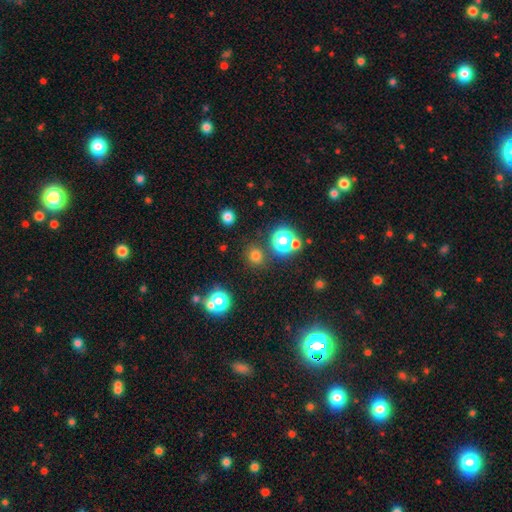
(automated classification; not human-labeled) smooth-or-featured: smooth: 71% | star or artifact: 24% | featured or disk: 5%
  how-rounded: round: 89% | in between: 10% | cigar-shaped: 1%
  merging: none: 82% | minor disturbance: 8% | merger: 6% | major disturbance: 3%